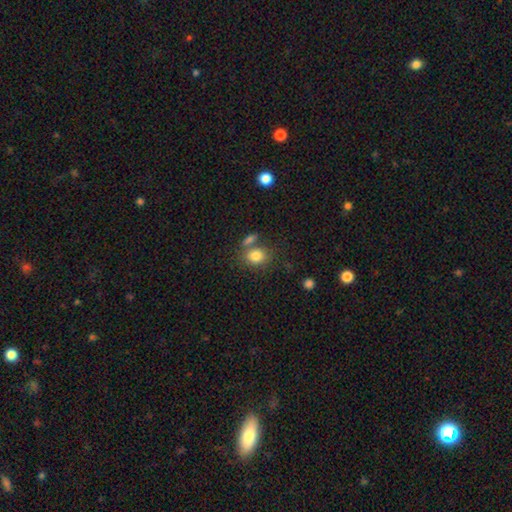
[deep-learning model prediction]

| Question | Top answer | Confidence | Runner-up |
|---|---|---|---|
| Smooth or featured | smooth | 82% | star or artifact (10%) |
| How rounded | round | 52% | in between (46%) |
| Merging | none | 57% | merger (25%) |